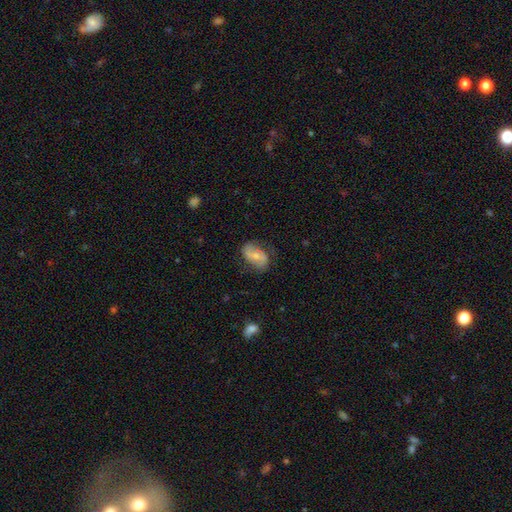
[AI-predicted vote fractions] A featured or disk galaxy (55%) with a weak bar (42%), spiral arms (80%) and a small central bulge (47%). Merging: none (67%).